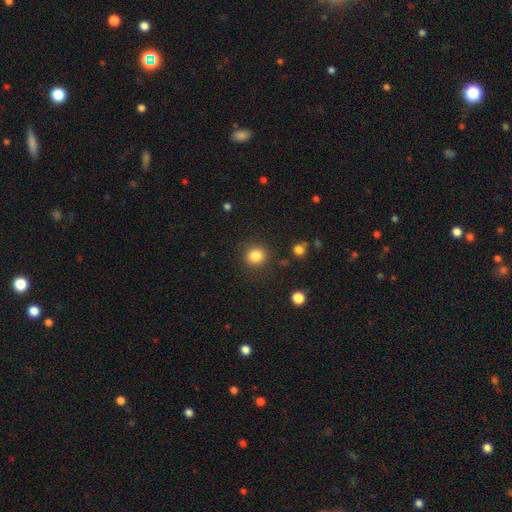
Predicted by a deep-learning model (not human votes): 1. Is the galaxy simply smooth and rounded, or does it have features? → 84% smooth, 11% star or artifact, 5% featured or disk.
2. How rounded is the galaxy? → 87% round, 12% in between, 1% cigar-shaped.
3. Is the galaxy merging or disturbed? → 88% none, 7% minor disturbance, 3% major disturbance, 2% merger.